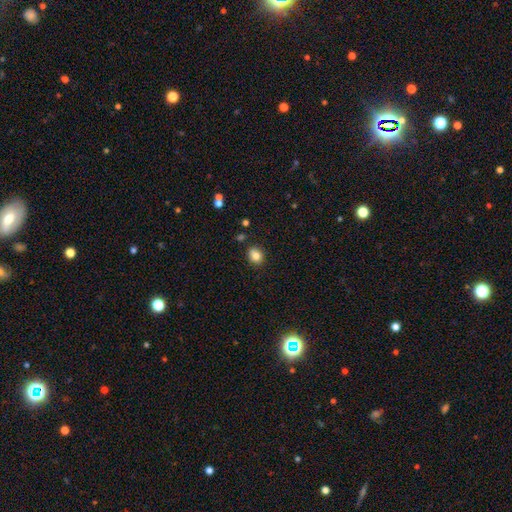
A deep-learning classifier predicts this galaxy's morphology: smooth-or-featured: smooth: 82% | star or artifact: 11% | featured or disk: 8%
  how-rounded: round: 59% | in between: 40% | cigar-shaped: 1%
  merging: none: 81% | minor disturbance: 13% | merger: 4% | major disturbance: 2%